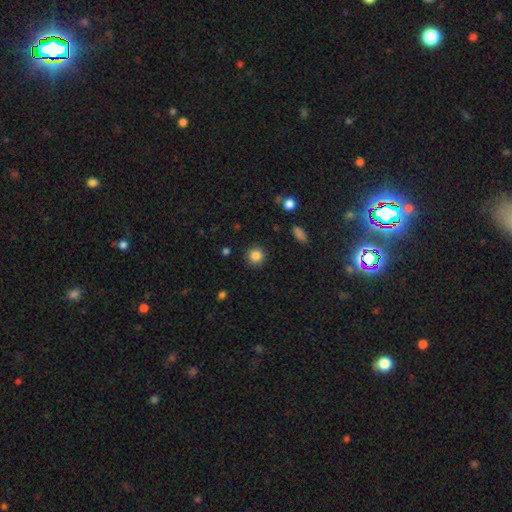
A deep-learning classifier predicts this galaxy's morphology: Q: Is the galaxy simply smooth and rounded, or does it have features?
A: smooth — 86%.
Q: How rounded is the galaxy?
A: round — 92%.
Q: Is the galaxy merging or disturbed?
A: none — 89%.